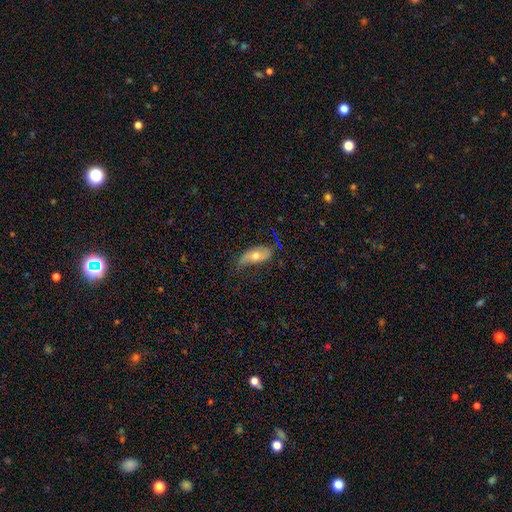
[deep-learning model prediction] This is possibly a featured or disk galaxy (50%). It is likely not viewed edge-on (79%). Merging: possibly none (56%).